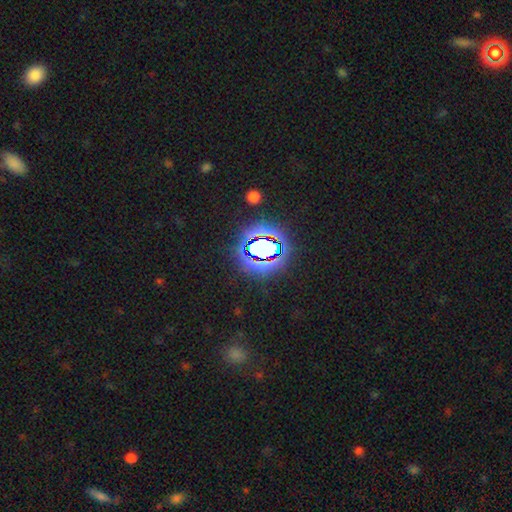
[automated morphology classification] A star or artifact, not a galaxy (78%).